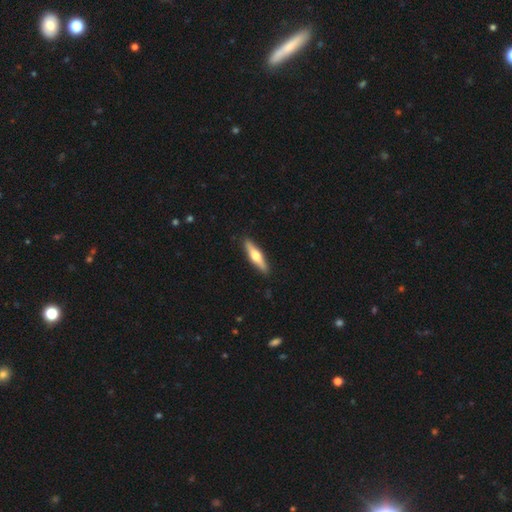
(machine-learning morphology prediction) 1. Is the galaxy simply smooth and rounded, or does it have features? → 53% featured or disk, 42% smooth, 5% star or artifact.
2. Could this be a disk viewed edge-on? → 93% yes, 7% no.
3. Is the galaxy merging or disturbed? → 91% none, 7% minor disturbance, 1% major disturbance, 1% merger.